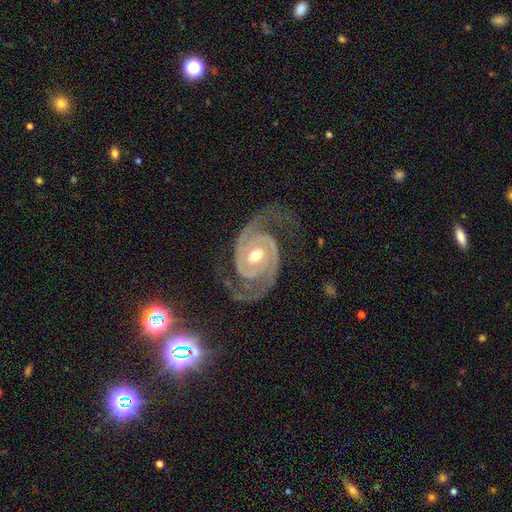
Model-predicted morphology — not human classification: Smooth or featured: featured or disk — 94% (star or artifact — 4%)
Edge-on disk: no — 98% (yes — 2%)
Bar: no — 54% (weak — 32%)
Spiral arms: yes — 98% (no — 2%)
Spiral winding: medium — 44% (tied with tight — 44%)
Spiral arm count: 2 — 93% (3 — 2%)
Bulge size: moderate — 74% (small — 18%)
Merging: none — 76% (minor disturbance — 14%)